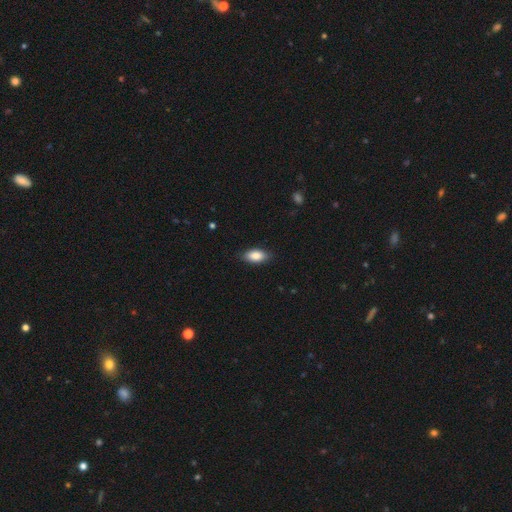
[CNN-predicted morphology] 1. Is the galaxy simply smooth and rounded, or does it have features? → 86% smooth, 7% featured or disk, 6% star or artifact.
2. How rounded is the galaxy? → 90% in between, 7% cigar-shaped, 3% round.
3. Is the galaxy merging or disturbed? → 85% none, 12% minor disturbance, 2% major disturbance, 1% merger.